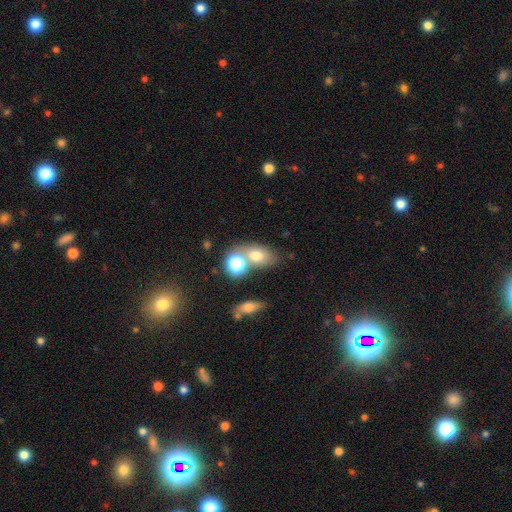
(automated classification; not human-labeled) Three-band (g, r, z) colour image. It shows a smooth galaxy with no disk features (70%) that is in between round and cigar-shaped (71%). Merging: none (46%).